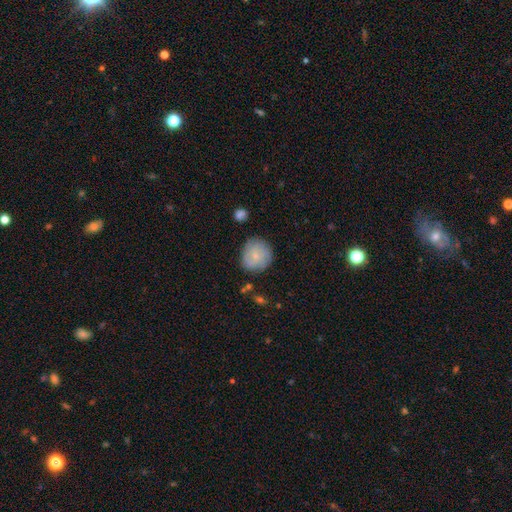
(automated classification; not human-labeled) This appears to be a smooth galaxy with no disk features (58%) that is round (87%). Merging: none (78%).